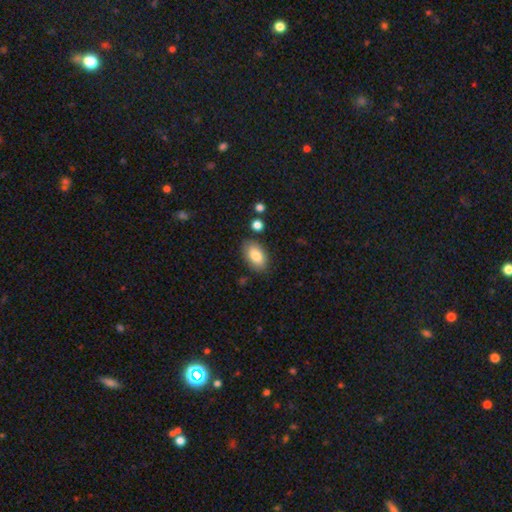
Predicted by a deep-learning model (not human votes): Smooth or featured? Predicted: smooth (p=0.83). How rounded? Predicted: in between (p=0.92). Merging? Predicted: none (p=0.82).